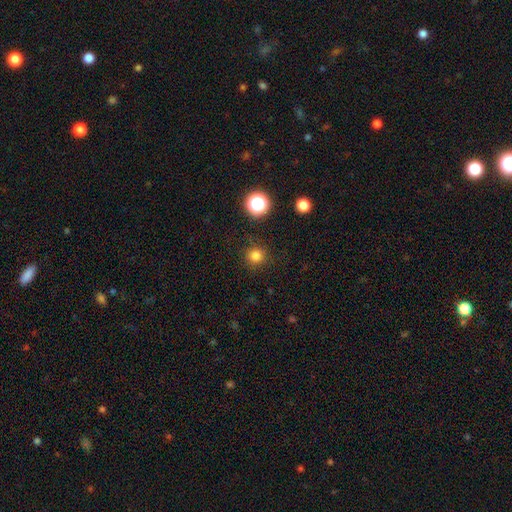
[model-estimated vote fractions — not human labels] smooth-or-featured: smooth: 79% | star or artifact: 16% | featured or disk: 5%
  how-rounded: round: 94% | in between: 5% | cigar-shaped: 1%
  merging: none: 89% | minor disturbance: 7% | major disturbance: 3% | merger: 1%